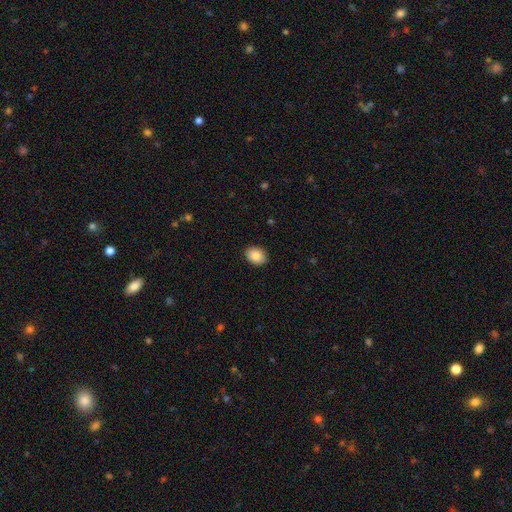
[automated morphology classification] Overall: smooth (88%). How rounded: in between (67%; round 33%). Merging: none (90%).